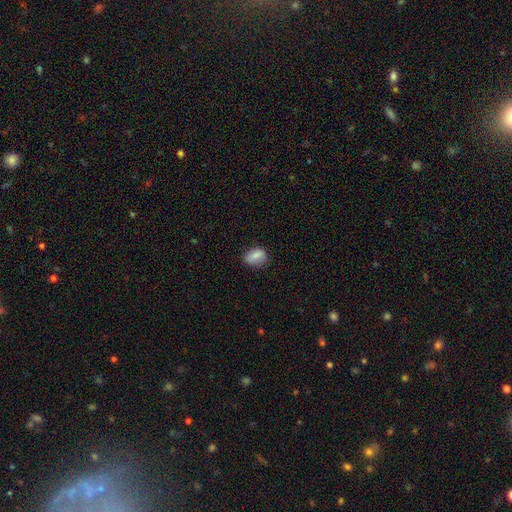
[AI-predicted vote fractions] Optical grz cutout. It shows a smooth galaxy with no disk features (79%) that is in between round and cigar-shaped (67%). Merging: none (75%).